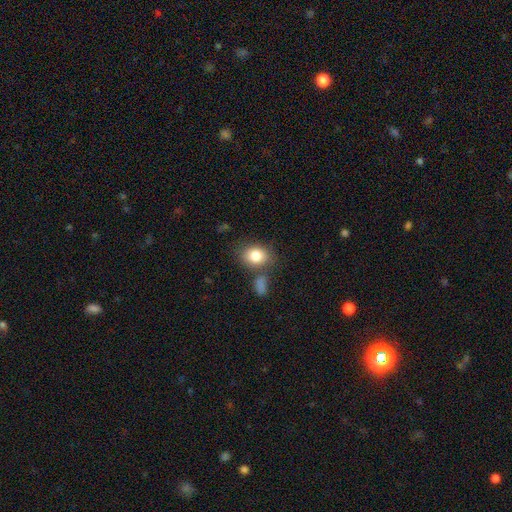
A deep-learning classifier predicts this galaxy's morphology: Smooth or featured?
  - smooth: 82% *
  - featured or disk: 9%
  - star or artifact: 9%
How rounded?
  - in between: 55% *
  - round: 44%
  - cigar-shaped: 1%
Merging?
  - none: 67% *
  - minor disturbance: 14%
  - merger: 13%
  - major disturbance: 5%